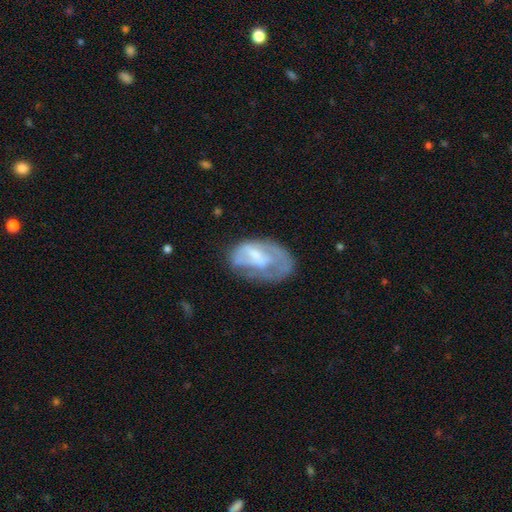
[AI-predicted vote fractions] featured or disk 56%, smooth 36%, star or artifact 8%. Down the decision tree: edge-on disk — no (95%); bar — no (57%); spiral arms — no (57%); bulge size — small (48%); merging — none (38%).